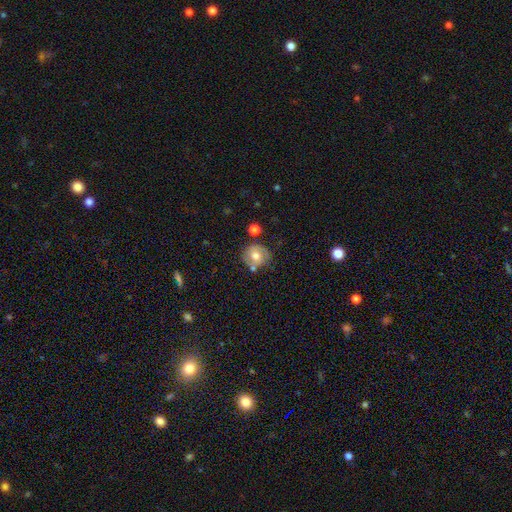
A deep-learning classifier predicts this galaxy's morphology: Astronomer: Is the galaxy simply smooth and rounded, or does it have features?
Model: smooth — 62%.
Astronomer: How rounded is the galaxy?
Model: round — 86%.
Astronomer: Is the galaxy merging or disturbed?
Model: none — 68%.